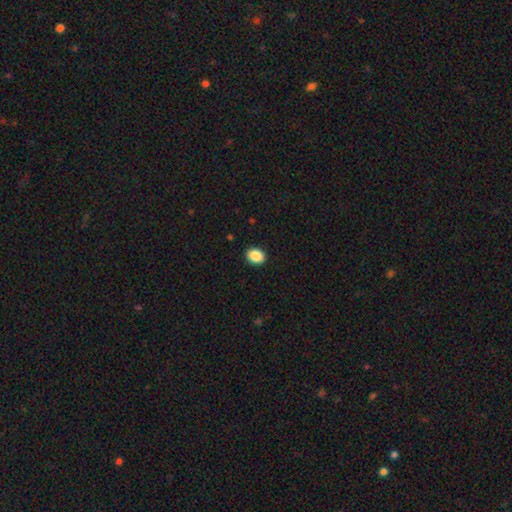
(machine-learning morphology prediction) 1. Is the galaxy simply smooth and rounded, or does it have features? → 89% smooth, 8% star or artifact, 3% featured or disk.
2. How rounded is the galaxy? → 59% in between, 40% round, 1% cigar-shaped.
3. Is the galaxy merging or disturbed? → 91% none, 7% minor disturbance, 2% major disturbance, 1% merger.